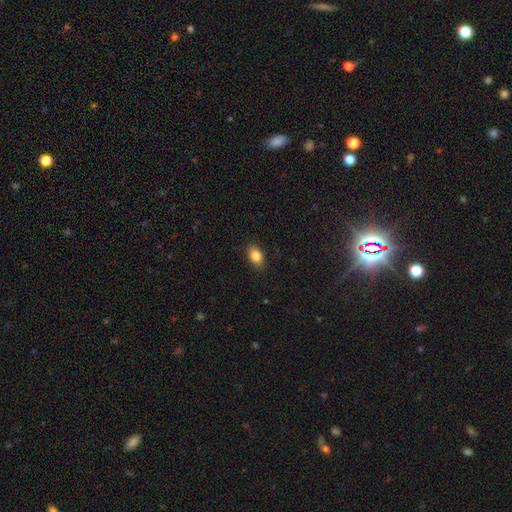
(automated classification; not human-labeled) This is clearly a smooth galaxy (86%). How rounded: clearly in between (86%). Merging: clearly none (87%).